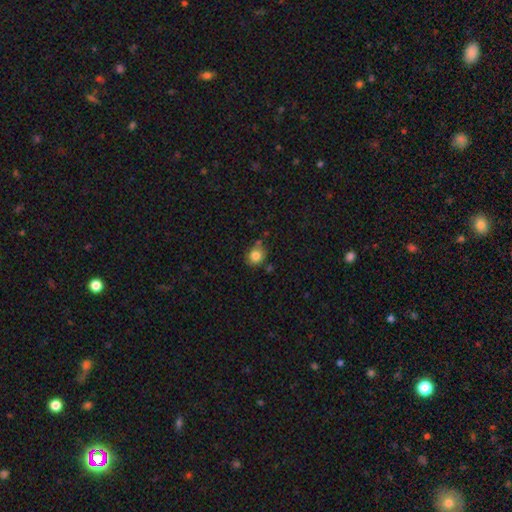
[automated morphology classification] Q: Smooth or featured?
A: smooth (82%); runner-up: star or artifact (11%)
Q: How rounded?
A: round (75%); runner-up: in between (24%)
Q: Merging?
A: none (70%); runner-up: minor disturbance (19%)